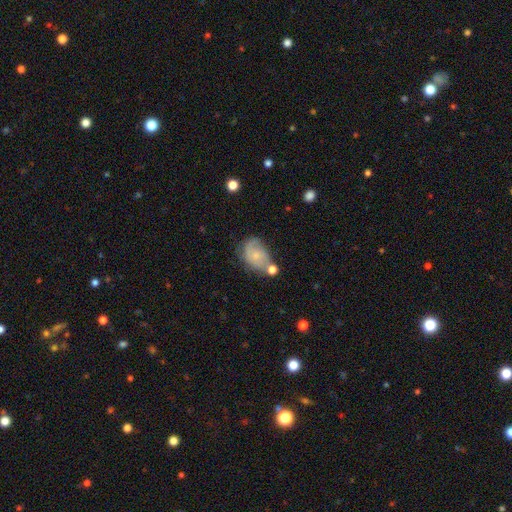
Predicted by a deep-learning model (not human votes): smooth-or-featured: featured or disk: 48% | smooth: 44% | star or artifact: 8%
  merging: none: 46% | minor disturbance: 26% | merger: 15% | major disturbance: 12%